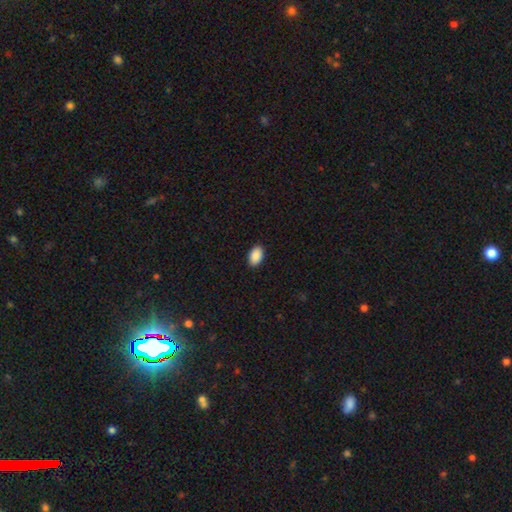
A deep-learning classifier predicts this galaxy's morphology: The model was most divided on "merging": none: 90%, minor disturbance: 7%, major disturbance: 2%, merger: 1%. More confident: how rounded — in between (92%); smooth or featured — smooth (91%).